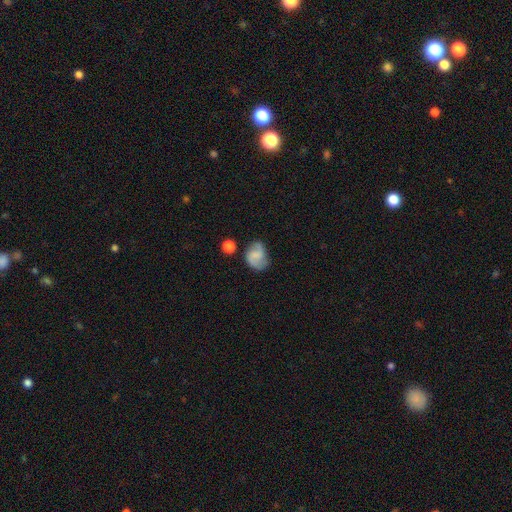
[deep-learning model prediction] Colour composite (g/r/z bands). It shows a smooth galaxy with no disk features (49%). Merging: none (55%).